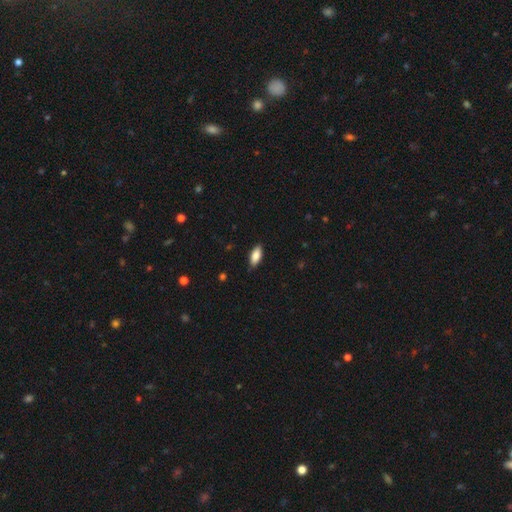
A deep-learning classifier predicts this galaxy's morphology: smooth 85%, featured or disk 9%, star or artifact 6%. Down the decision tree: how rounded — in between (84%); merging — none (86%).